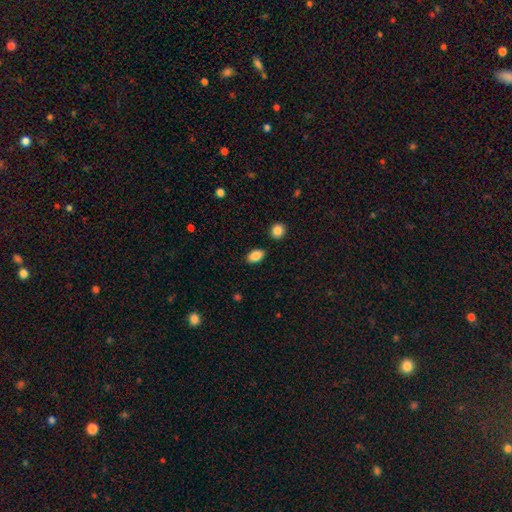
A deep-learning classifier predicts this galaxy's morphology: smooth_or_featured: smooth (p=0.87) [alt: star or artifact p=0.08]
how_rounded: in between (p=0.90) [alt: round p=0.09]
merging: none (p=0.85) [alt: minor disturbance p=0.09]